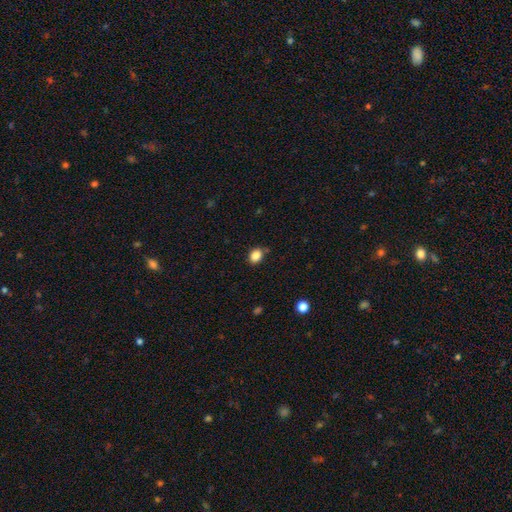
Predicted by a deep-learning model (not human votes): The model was most divided on "how rounded": in between: 52%, round: 47%, cigar-shaped: 1%. More confident: smooth or featured — smooth (86%); merging — none (79%).